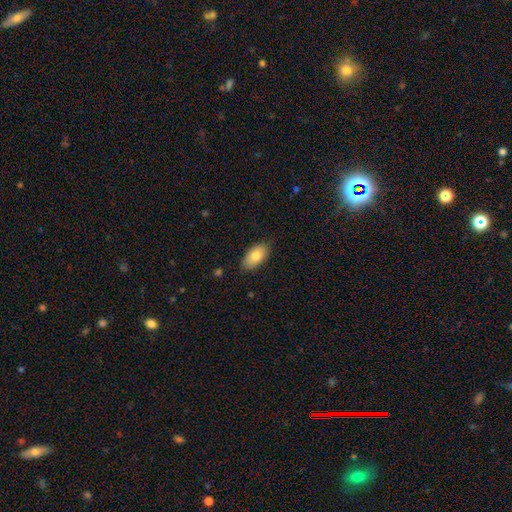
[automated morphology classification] smooth-or-featured: smooth: 79% | featured or disk: 14% | star or artifact: 7%
  how-rounded: in between: 94% | round: 4% | cigar-shaped: 3%
  merging: none: 84% | minor disturbance: 13% | major disturbance: 2% | merger: 1%